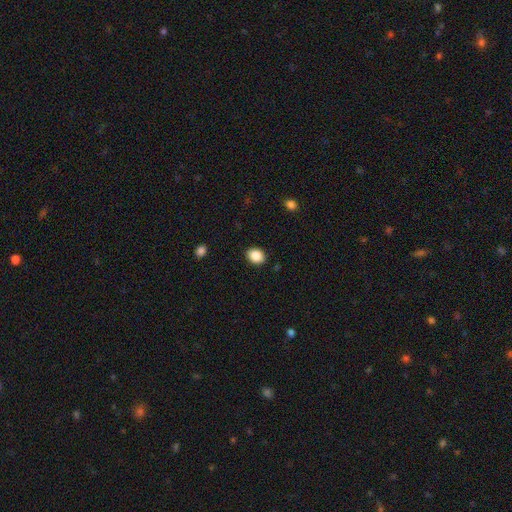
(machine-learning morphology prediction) Smooth or featured: smooth — 88% (star or artifact — 9%)
How rounded: round — 51% (in between — 48%)
Merging: none — 89% (minor disturbance — 8%)